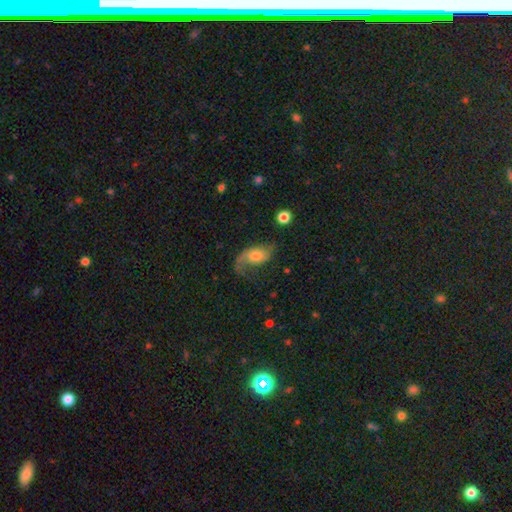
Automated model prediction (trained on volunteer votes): Overall: featured or disk (64%; smooth 28%). Edge-on disk: no (94%). Bar: no (64%; weak 30%). Spiral arms: yes (90%). Spiral arm count: 2 (59%; 1 34%). Spiral winding: loose (62%; medium 29%). Bulge size: moderate (49%; small 23%). Merging: none (47%; major disturbance 27%).